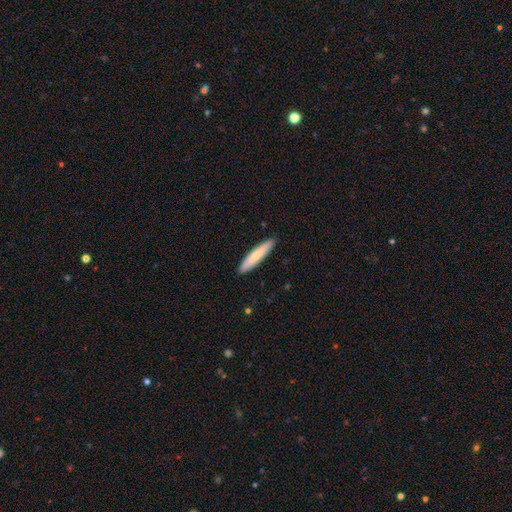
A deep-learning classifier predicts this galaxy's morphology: This appears to be a smooth galaxy with no disk features (75%) that is cigar-shaped (89%). Merging: none (91%).